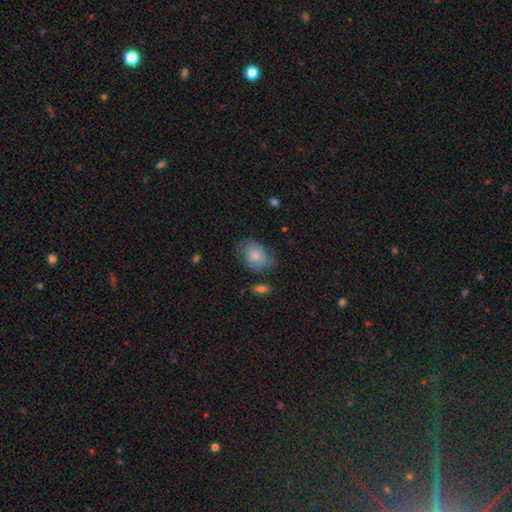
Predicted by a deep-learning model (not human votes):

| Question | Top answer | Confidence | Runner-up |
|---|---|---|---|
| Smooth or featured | smooth | 78% | featured or disk (15%) |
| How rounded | in between | 73% | round (26%) |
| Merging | none | 63% | minor disturbance (25%) |